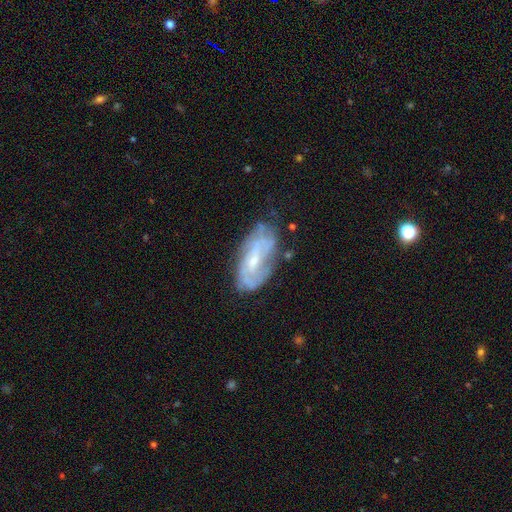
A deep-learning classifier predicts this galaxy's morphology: Smooth or featured? featured or disk (71%)
Edge-on disk? no (92%)
Bar? no (47%)
Spiral arms? yes (78%)
Spiral winding? tight (46%)
Spiral arm count? can't tell (43%)
Bulge size? small (59%)
Merging? none (65%)